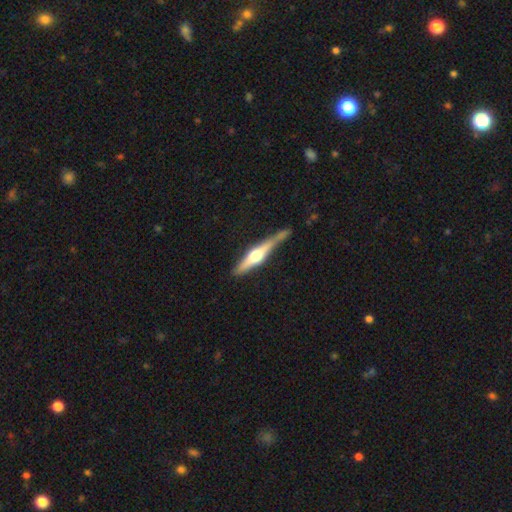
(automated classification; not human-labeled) This is likely a featured or disk galaxy (66%). It is clearly viewed edge-on (96%). Edge-on bulge: clearly rounded (90%). Merging: likely none (66%).